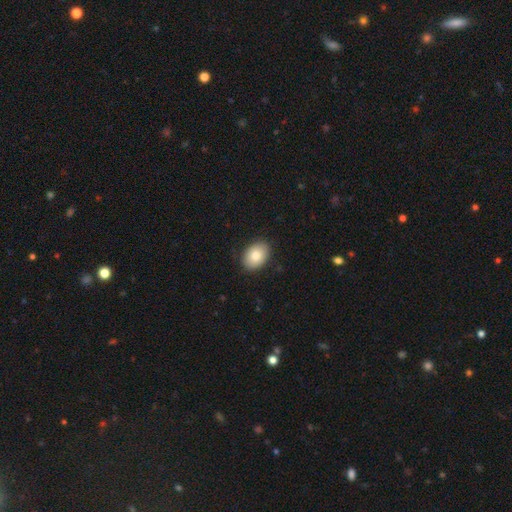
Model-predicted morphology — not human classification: Smooth or featured? Predicted: smooth (p=0.81). How rounded? Predicted: in between (p=0.79). Merging? Predicted: none (p=0.88).